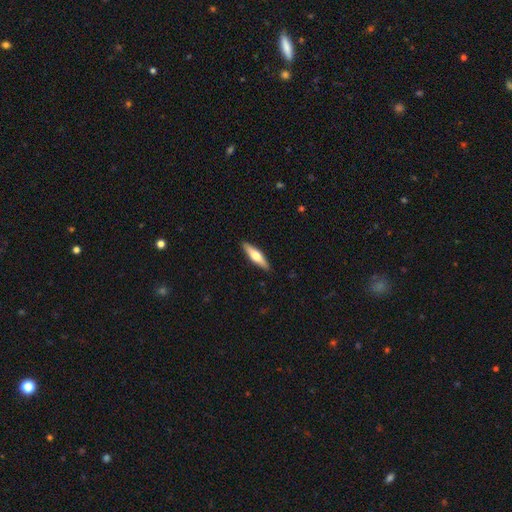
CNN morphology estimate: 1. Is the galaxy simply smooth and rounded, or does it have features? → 52% smooth, 43% featured or disk, 5% star or artifact.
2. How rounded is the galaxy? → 73% cigar-shaped, 25% in between, 2% round.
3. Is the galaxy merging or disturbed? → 90% none, 8% minor disturbance, 2% major disturbance, 1% merger.